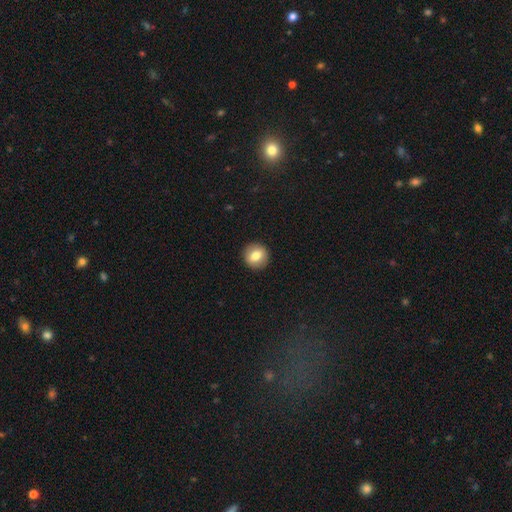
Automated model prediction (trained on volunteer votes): Smooth or featured?
  - smooth: 75% *
  - featured or disk: 16%
  - star or artifact: 9%
How rounded?
  - round: 89% *
  - in between: 10%
  - cigar-shaped: 1%
Merging?
  - none: 92% *
  - minor disturbance: 6%
  - major disturbance: 2%
  - merger: 1%